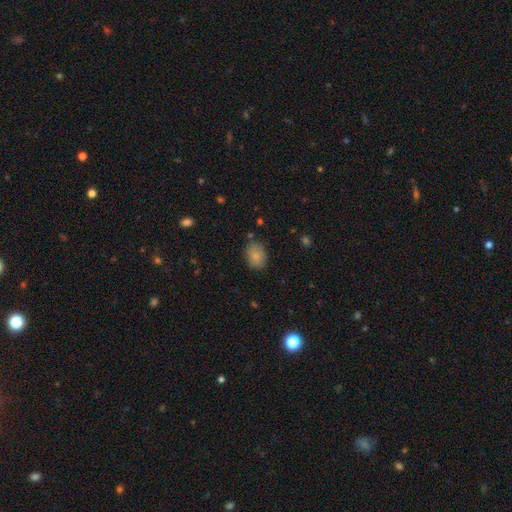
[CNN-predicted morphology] Q: Smooth or featured?
A: smooth (85%); runner-up: star or artifact (8%)
Q: How rounded?
A: in between (73%); runner-up: round (26%)
Q: Merging?
A: none (80%); runner-up: minor disturbance (15%)